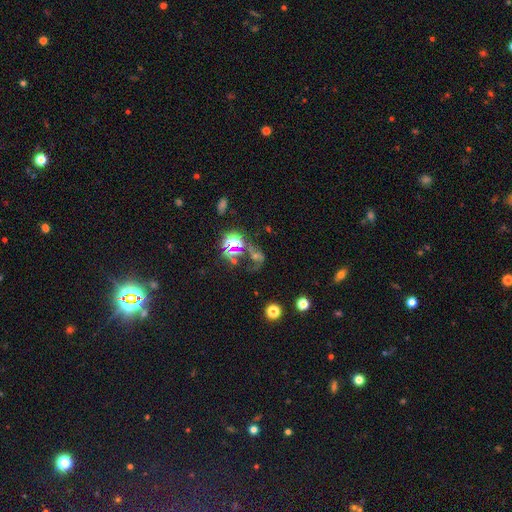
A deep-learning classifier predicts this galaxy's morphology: Overall: star or artifact (53%; featured or disk 26%).